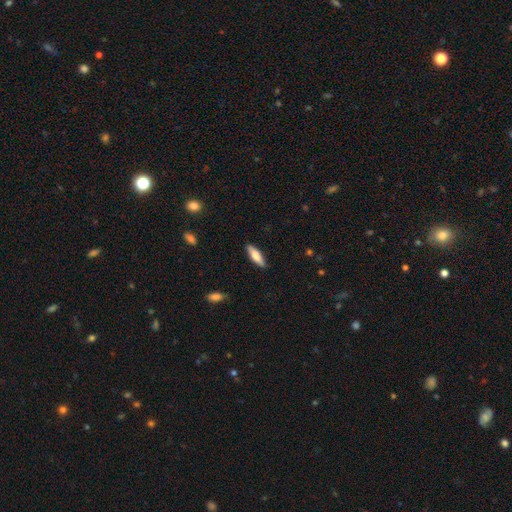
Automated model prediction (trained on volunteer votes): Smooth or featured?
  - smooth: 71% *
  - featured or disk: 23%
  - star or artifact: 6%
How rounded?
  - cigar-shaped: 55% *
  - in between: 43%
  - round: 2%
Merging?
  - none: 87% *
  - minor disturbance: 10%
  - major disturbance: 2%
  - merger: 1%